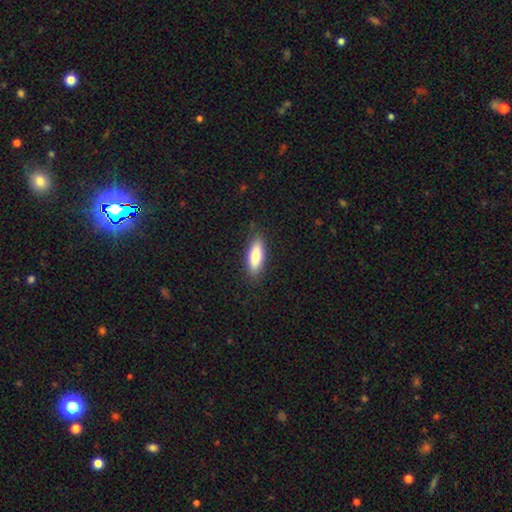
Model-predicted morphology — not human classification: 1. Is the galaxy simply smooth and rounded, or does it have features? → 79% smooth, 15% featured or disk, 6% star or artifact.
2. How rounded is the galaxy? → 64% in between, 34% cigar-shaped, 2% round.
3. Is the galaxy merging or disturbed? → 87% none, 10% minor disturbance, 2% major disturbance, 1% merger.